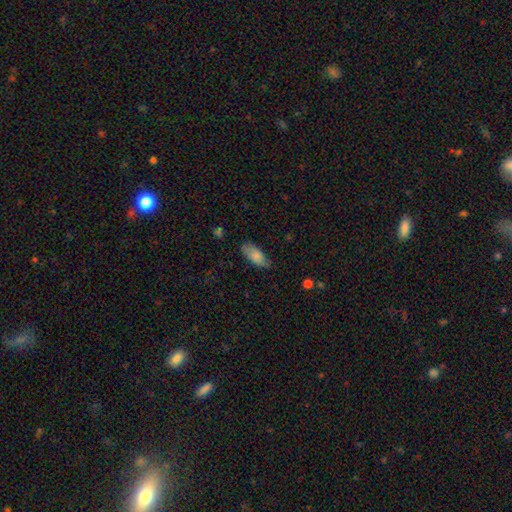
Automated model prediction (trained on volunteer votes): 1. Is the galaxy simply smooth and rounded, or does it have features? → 80% smooth, 13% featured or disk, 6% star or artifact.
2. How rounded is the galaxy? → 86% in between, 12% cigar-shaped, 2% round.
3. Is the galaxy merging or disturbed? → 70% none, 24% minor disturbance, 5% major disturbance, 1% merger.